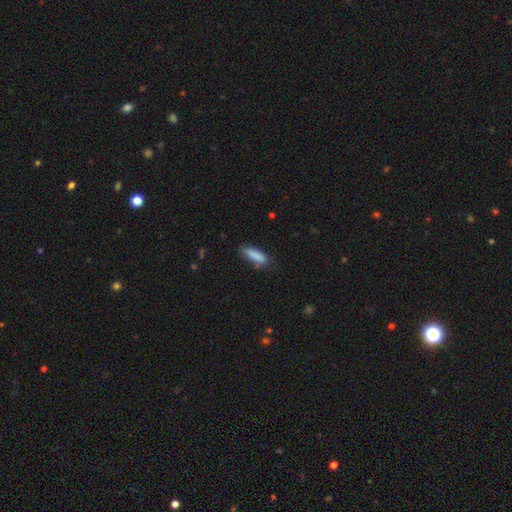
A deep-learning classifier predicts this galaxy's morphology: Smooth or featured?
  - smooth: 87% *
  - star or artifact: 7%
  - featured or disk: 6%
How rounded?
  - cigar-shaped: 53% *
  - in between: 45%
  - round: 2%
Merging?
  - none: 72% *
  - minor disturbance: 21%
  - major disturbance: 4%
  - merger: 3%